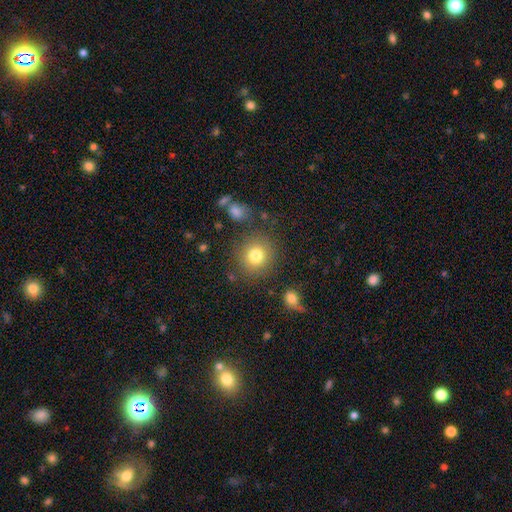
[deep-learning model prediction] smooth-or-featured: smooth: 80% | star or artifact: 11% | featured or disk: 9%
  how-rounded: round: 90% | in between: 9% | cigar-shaped: 1%
  merging: none: 83% | minor disturbance: 9% | major disturbance: 4% | merger: 4%